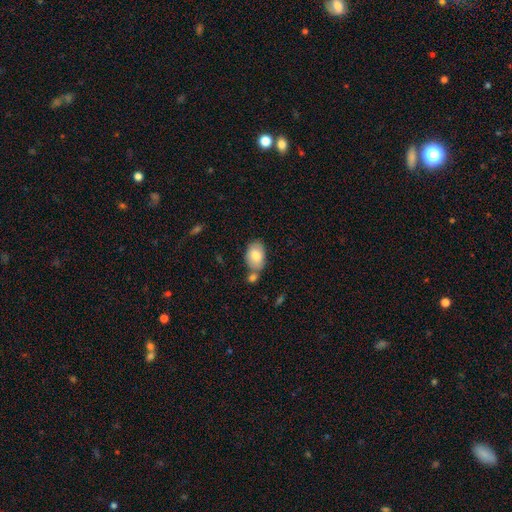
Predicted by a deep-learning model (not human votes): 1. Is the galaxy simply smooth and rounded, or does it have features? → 81% smooth, 13% featured or disk, 6% star or artifact.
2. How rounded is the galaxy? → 88% in between, 11% round, 1% cigar-shaped.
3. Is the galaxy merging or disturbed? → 55% none, 24% merger, 17% minor disturbance, 4% major disturbance.